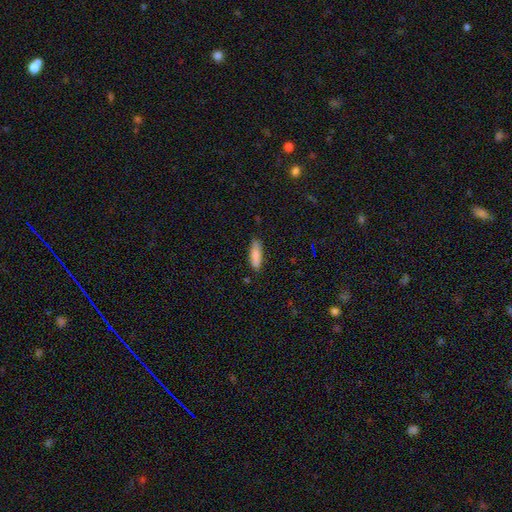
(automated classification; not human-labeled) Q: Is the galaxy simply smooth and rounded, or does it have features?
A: smooth — 85%.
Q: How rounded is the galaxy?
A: cigar-shaped — 58%.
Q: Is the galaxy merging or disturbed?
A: none — 82%.